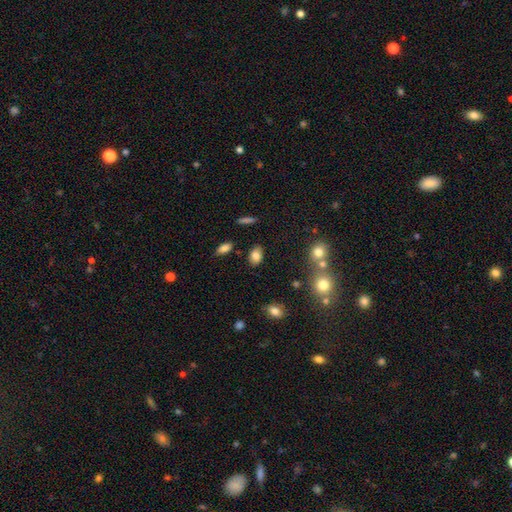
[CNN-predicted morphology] The model was most divided on "smooth or featured": smooth: 81%, star or artifact: 10%, featured or disk: 9%. More confident: how rounded — in between (85%); merging — none (83%).